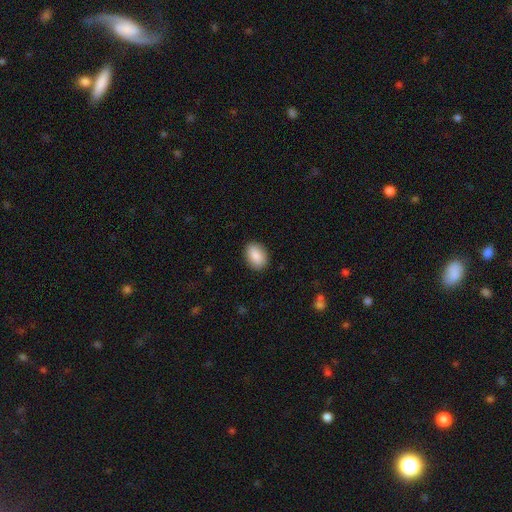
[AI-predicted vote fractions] The model was most divided on "how rounded": in between: 83%, round: 16%, cigar-shaped: 1%. More confident: merging — none (89%); smooth or featured — smooth (87%).